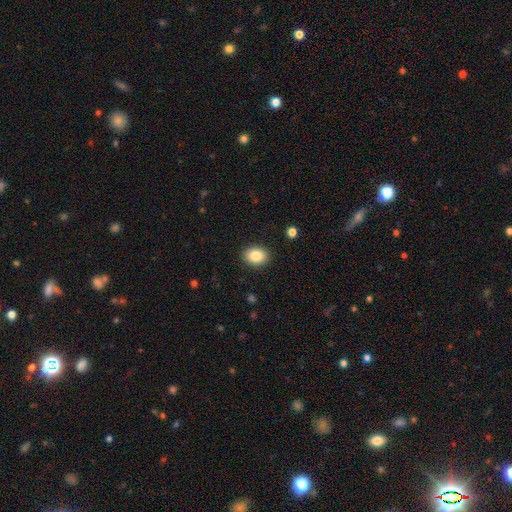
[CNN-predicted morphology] Smooth or featured? smooth (85%)
How rounded? in between (60%)
Merging? none (90%)